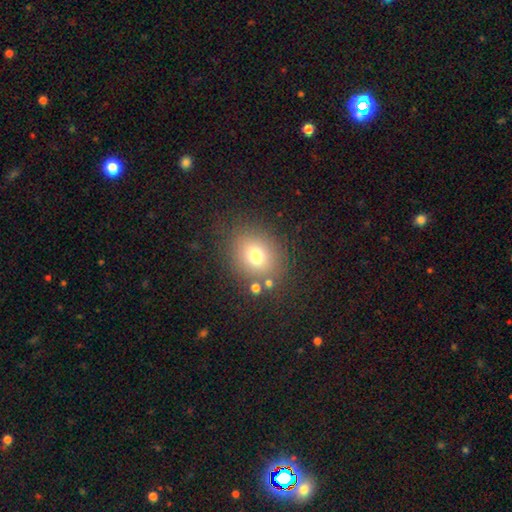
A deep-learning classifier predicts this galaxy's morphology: Smooth or featured? Predicted: smooth (p=0.73). How rounded? Predicted: round (p=0.66). Merging? Predicted: none (p=0.79).